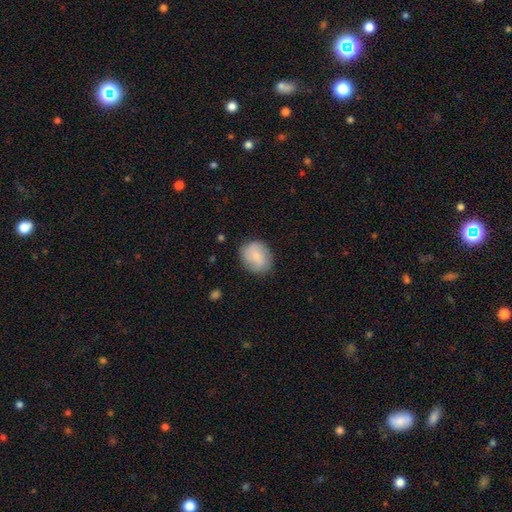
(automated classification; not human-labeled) Morphology: type=smooth (72%); roundness=round (62%); merging=none (79%).